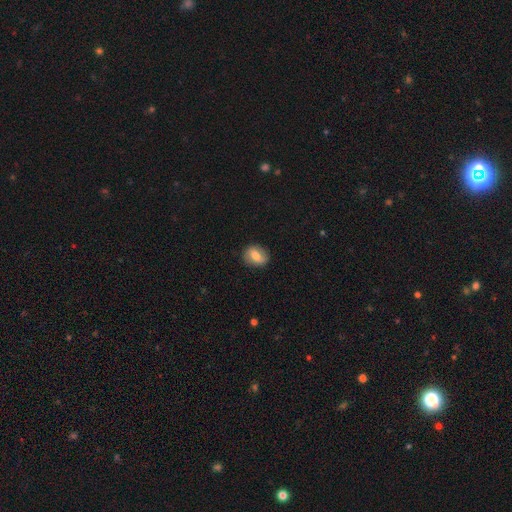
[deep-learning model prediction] The model was most divided on "how rounded": round: 51%, in between: 47%, cigar-shaped: 2%. More confident: merging — none (84%); smooth or featured — smooth (67%).